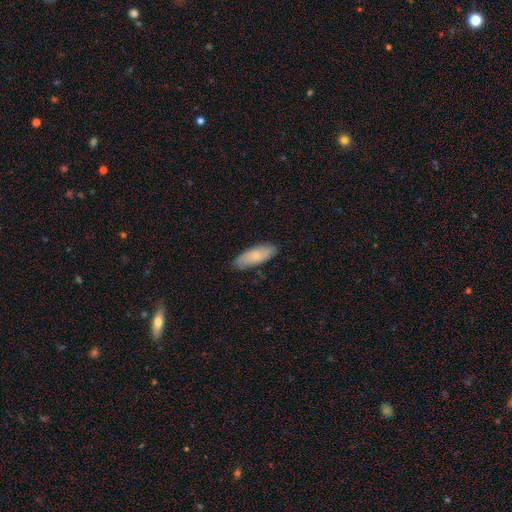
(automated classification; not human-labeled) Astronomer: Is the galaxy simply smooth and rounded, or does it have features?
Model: smooth — 71%.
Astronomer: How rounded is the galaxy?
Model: in between — 71%.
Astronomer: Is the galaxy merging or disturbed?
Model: none — 84%.